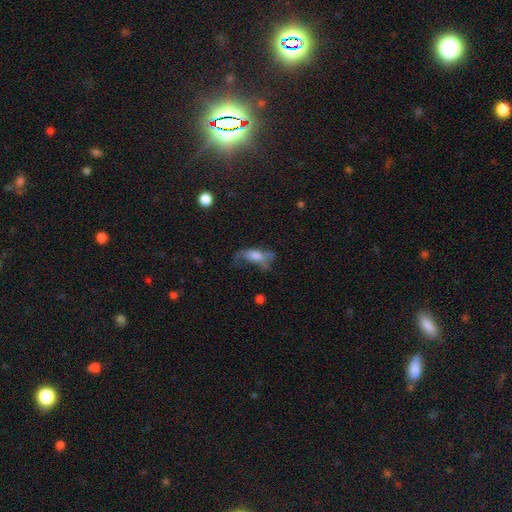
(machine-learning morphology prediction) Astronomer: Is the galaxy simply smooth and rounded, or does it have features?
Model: featured or disk — 44% (runner-up: smooth, 43%).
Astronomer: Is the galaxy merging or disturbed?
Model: major disturbance — 40% (runner-up: none, 33%).